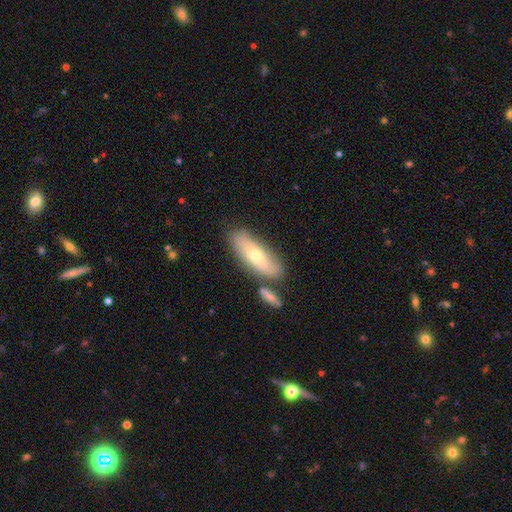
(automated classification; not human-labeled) Smooth or featured: smooth — 58% (featured or disk — 35%)
How rounded: in between — 67% (cigar-shaped — 30%)
Merging: none — 67% (minor disturbance — 15%)